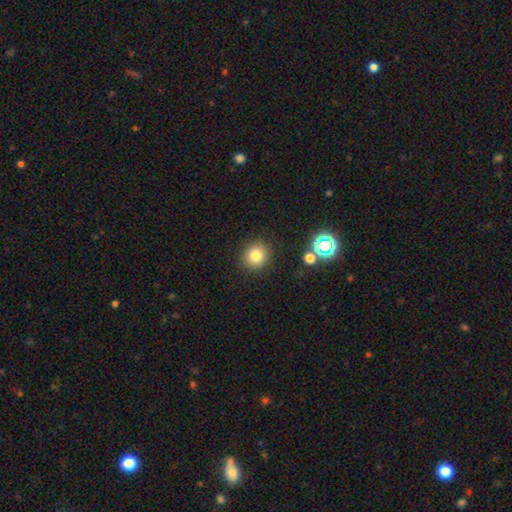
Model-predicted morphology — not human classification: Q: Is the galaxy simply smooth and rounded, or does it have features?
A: smooth — 81%.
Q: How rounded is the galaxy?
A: round — 86%.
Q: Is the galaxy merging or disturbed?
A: none — 88%.